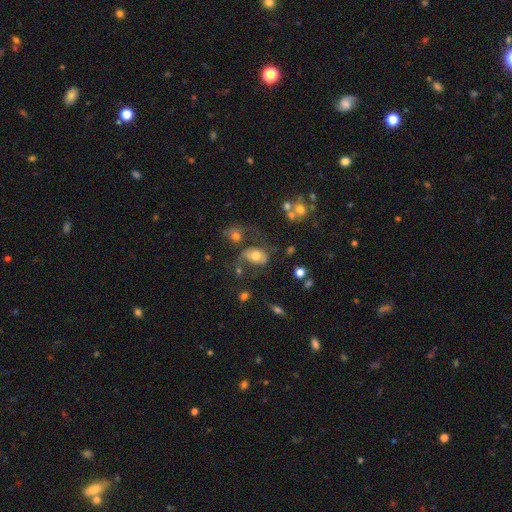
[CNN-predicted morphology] smooth 55%, featured or disk 35%, star or artifact 10%. Down the decision tree: how rounded — in between (79%); merging — none (40%).